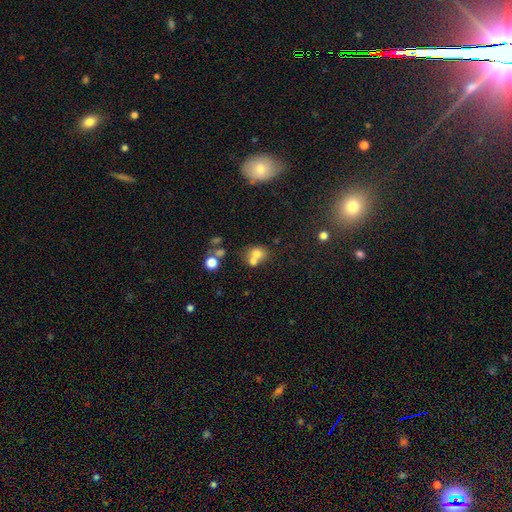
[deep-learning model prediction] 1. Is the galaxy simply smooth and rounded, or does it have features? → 69% smooth, 16% featured or disk, 14% star or artifact.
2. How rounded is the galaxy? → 67% round, 32% in between, 1% cigar-shaped.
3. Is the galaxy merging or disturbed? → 55% merger, 34% none, 8% minor disturbance, 4% major disturbance.